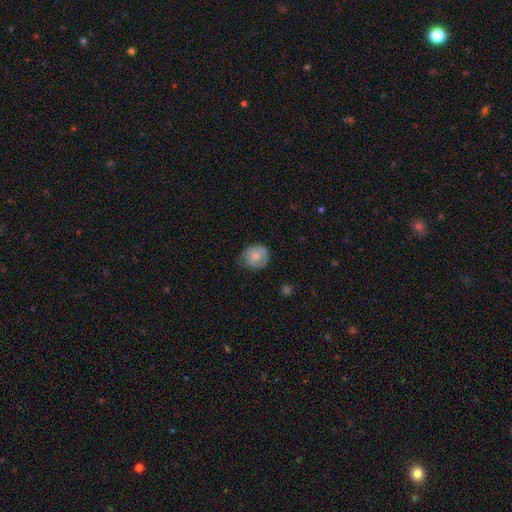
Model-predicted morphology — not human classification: Smooth or featured?
  - smooth: 73% *
  - featured or disk: 19%
  - star or artifact: 7%
How rounded?
  - round: 74% *
  - in between: 25%
  - cigar-shaped: 1%
Merging?
  - none: 62% *
  - minor disturbance: 30%
  - major disturbance: 7%
  - merger: 1%